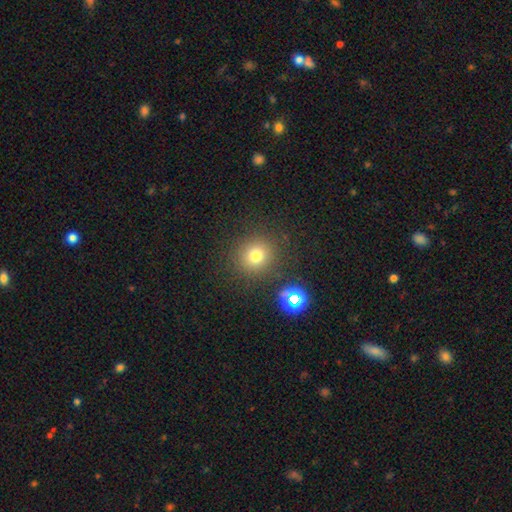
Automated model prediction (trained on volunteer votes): Smooth or featured?
  - smooth: 74% *
  - star or artifact: 19%
  - featured or disk: 8%
How rounded?
  - round: 90% *
  - in between: 9%
  - cigar-shaped: 1%
Merging?
  - none: 85% *
  - minor disturbance: 8%
  - major disturbance: 4%
  - merger: 3%